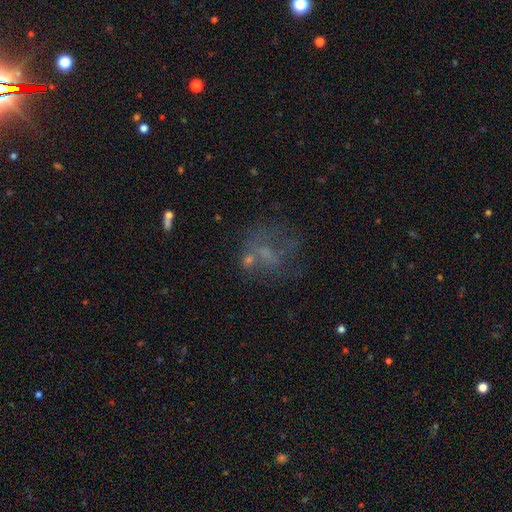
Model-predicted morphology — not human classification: Smooth or featured?
  - featured or disk: 40% *
  - smooth: 37%
  - star or artifact: 23%
Merging?
  - none: 42% *
  - major disturbance: 29%
  - minor disturbance: 17%
  - merger: 12%